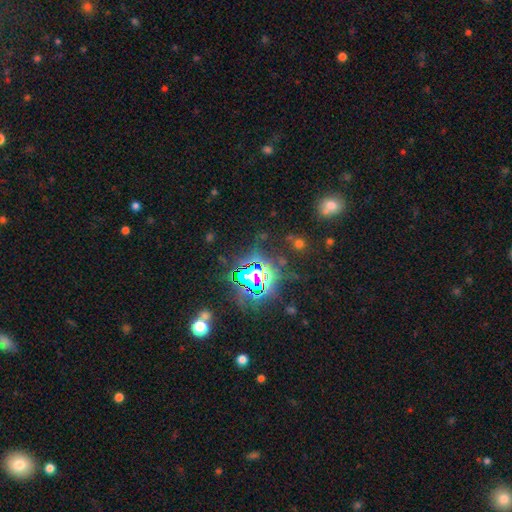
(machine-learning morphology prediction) Q: Smooth or featured?
A: star or artifact (80%); runner-up: smooth (11%)